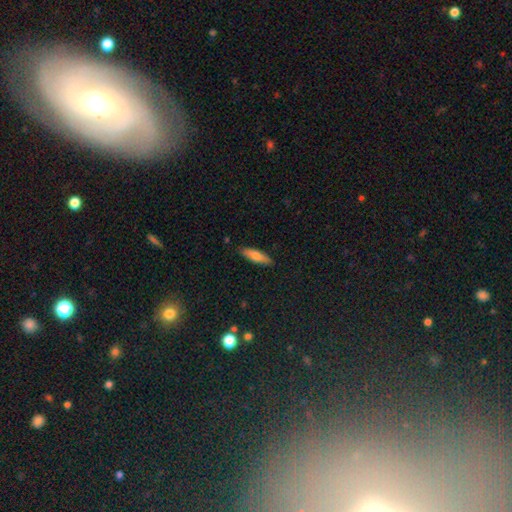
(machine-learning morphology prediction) A smooth galaxy with no disk features (68%) that is cigar-shaped (59%). Merging: none (88%).